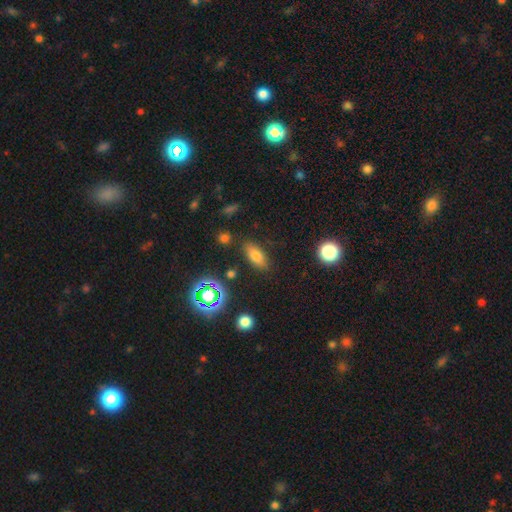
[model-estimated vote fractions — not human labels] smooth-or-featured: smooth: 71% | star or artifact: 15% | featured or disk: 14%
  how-rounded: in between: 80% | cigar-shaped: 14% | round: 6%
  merging: none: 82% | minor disturbance: 11% | major disturbance: 3% | merger: 3%